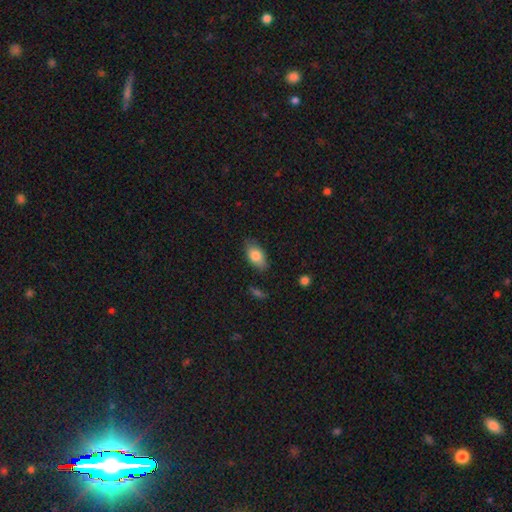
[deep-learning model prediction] Q: Smooth or featured?
A: smooth (79%); runner-up: featured or disk (13%)
Q: How rounded?
A: in between (91%); runner-up: cigar-shaped (5%)
Q: Merging?
A: none (81%); runner-up: minor disturbance (14%)